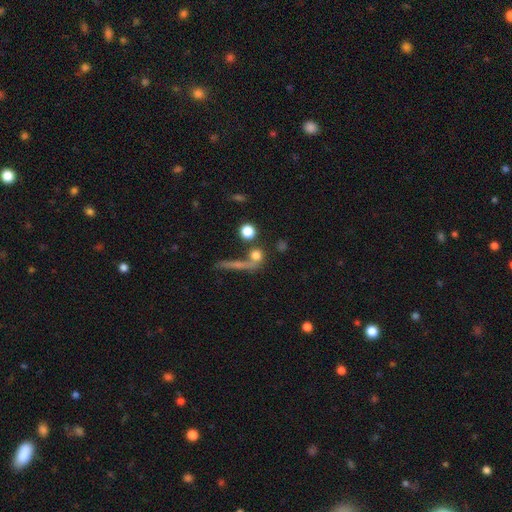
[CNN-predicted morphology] smooth_or_featured: smooth (p=0.69) [alt: featured or disk p=0.17]
how_rounded: round (p=0.77) [alt: in between p=0.12]
merging: none (p=0.54) [alt: merger p=0.28]